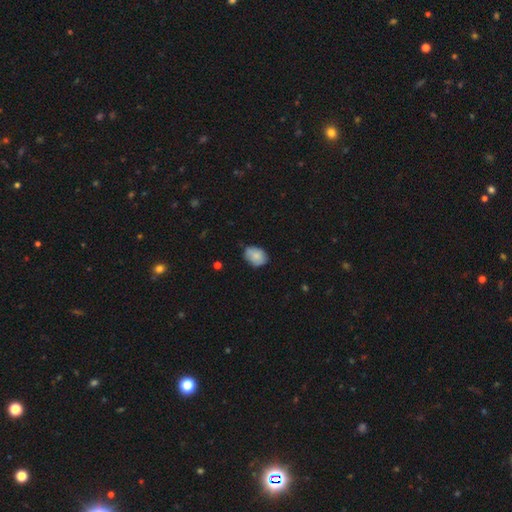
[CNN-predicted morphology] This is clearly a smooth galaxy (80%). How rounded: likely in between (71%). Merging: likely none (67%).